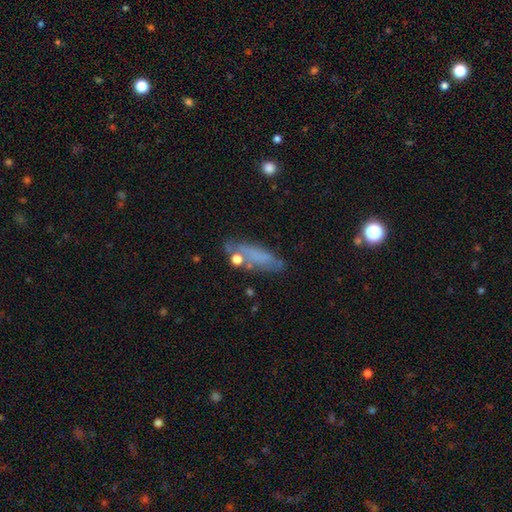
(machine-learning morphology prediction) A smooth galaxy with no disk features (60%) that is cigar-shaped (53%). Merging: none (62%).